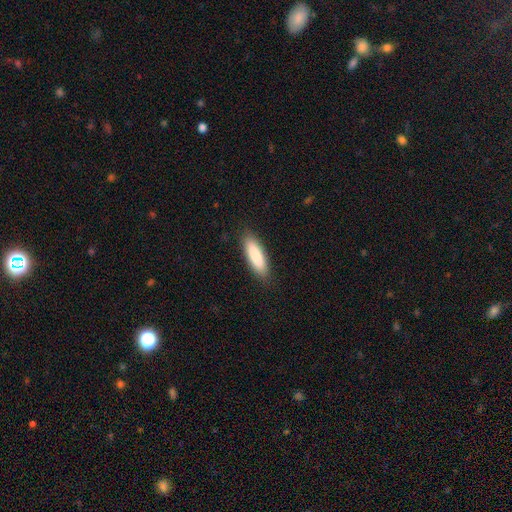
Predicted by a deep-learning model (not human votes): Smooth or featured? smooth (86%)
How rounded? cigar-shaped (51%)
Merging? none (89%)